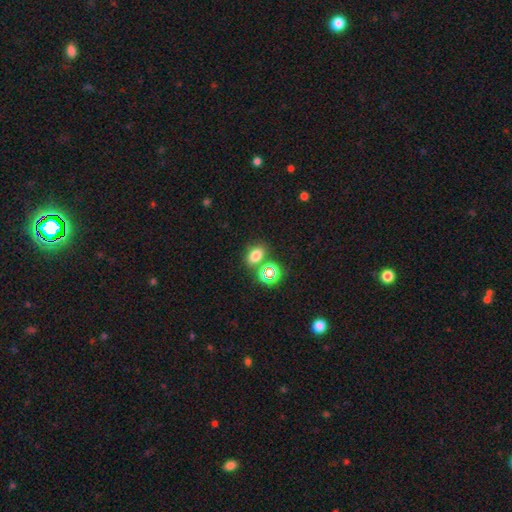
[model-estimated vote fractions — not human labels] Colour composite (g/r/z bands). It shows a smooth galaxy with no disk features (71%) that is in between round and cigar-shaped (69%). Merging: none (69%).